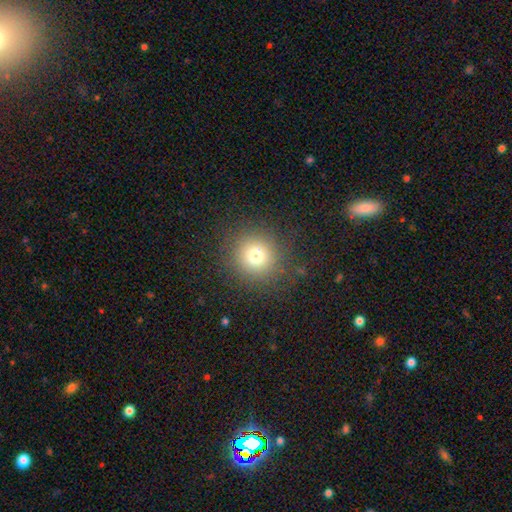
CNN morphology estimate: The model was most divided on "smooth or featured": smooth: 75%, star or artifact: 16%, featured or disk: 9%. More confident: how rounded — round (93%); merging — none (86%).